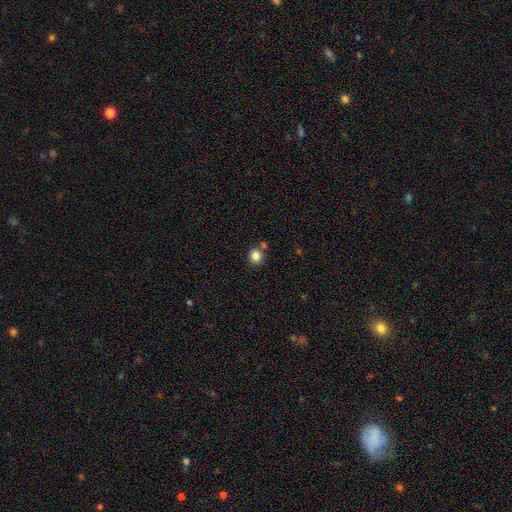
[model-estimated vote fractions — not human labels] This appears to be a smooth galaxy with no disk features (84%) that is round (92%). Merging: none (75%).